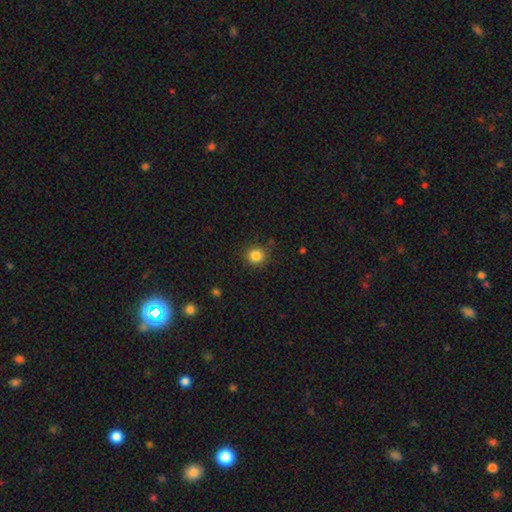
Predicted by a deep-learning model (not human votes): Smooth or featured: smooth — 84% (star or artifact — 11%)
How rounded: round — 91% (in between — 8%)
Merging: none — 88% (minor disturbance — 8%)